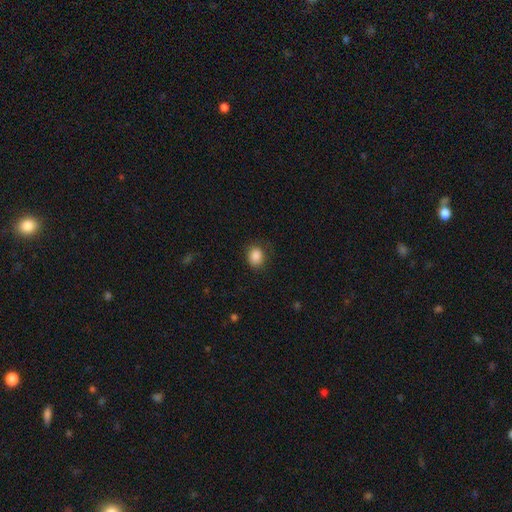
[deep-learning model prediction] Morphology: type=smooth (87%); roundness=round (54%); merging=none (78%).